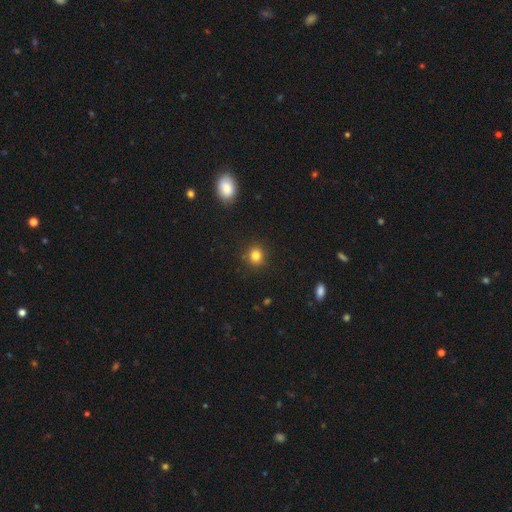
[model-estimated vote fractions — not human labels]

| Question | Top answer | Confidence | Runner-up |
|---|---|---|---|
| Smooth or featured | smooth | 83% | star or artifact (12%) |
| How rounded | round | 87% | in between (12%) |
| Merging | none | 89% | minor disturbance (7%) |